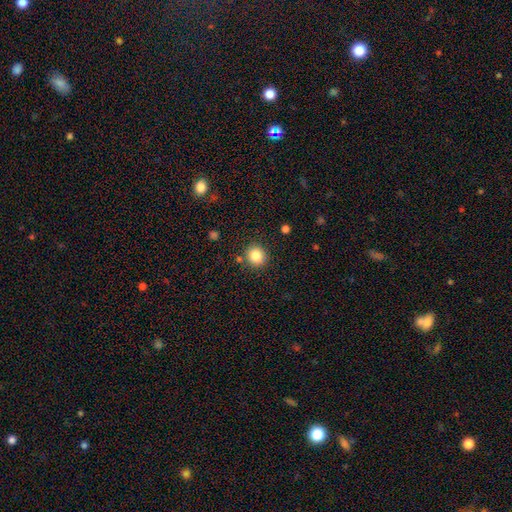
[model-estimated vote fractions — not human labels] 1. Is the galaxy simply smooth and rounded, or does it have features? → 83% smooth, 11% star or artifact, 6% featured or disk.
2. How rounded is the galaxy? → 90% round, 9% in between, 1% cigar-shaped.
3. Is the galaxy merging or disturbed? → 86% none, 7% minor disturbance, 4% merger, 3% major disturbance.